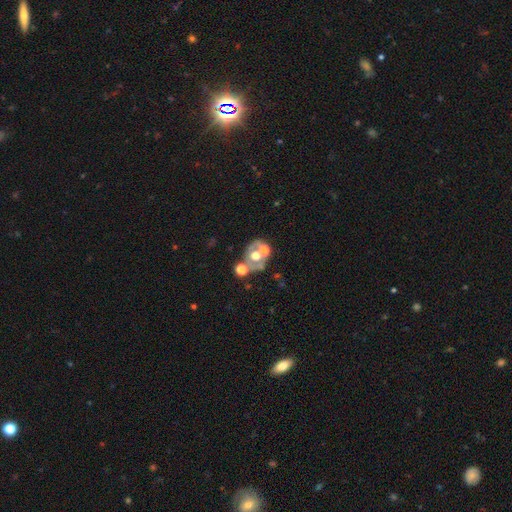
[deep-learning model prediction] A featured or disk galaxy (51%).

Vote fractions:
- Smooth or featured? featured or disk: 51% / smooth: 35% / star or artifact: 14%
- Edge-on disk? no: 95% / yes: 5%
- Merging? none: 44% / merger: 35% / minor disturbance: 12% / major disturbance: 9%